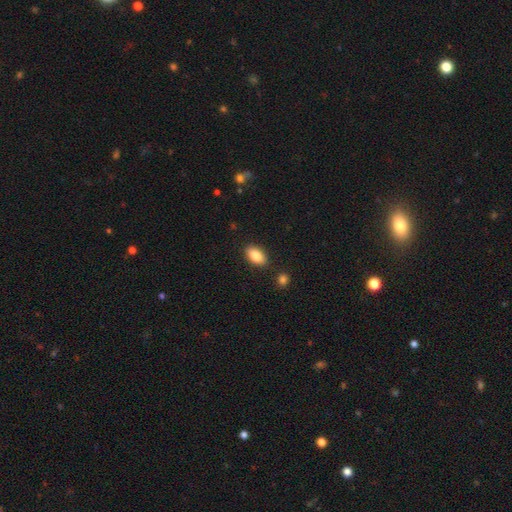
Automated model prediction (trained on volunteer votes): Overall: smooth (85%). How rounded: in between (91%). Merging: none (85%).